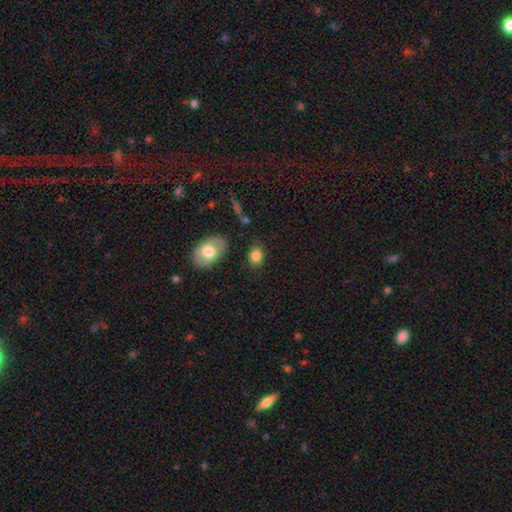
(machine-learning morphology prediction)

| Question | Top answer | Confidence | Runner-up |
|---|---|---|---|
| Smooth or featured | smooth | 82% | star or artifact (9%) |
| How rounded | in between | 60% | round (39%) |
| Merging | none | 81% | minor disturbance (12%) |